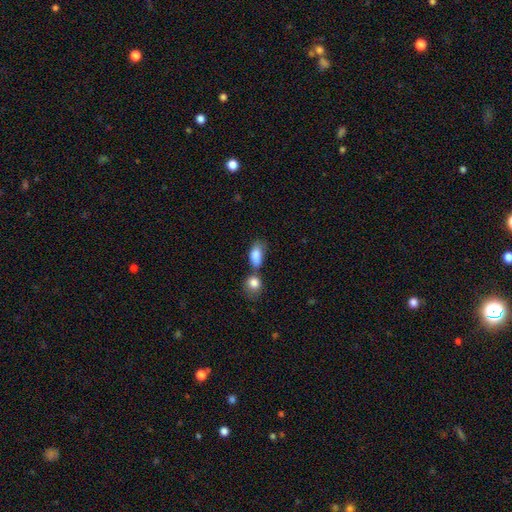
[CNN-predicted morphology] This appears to be a smooth galaxy with no disk features (84%) that is in between round and cigar-shaped (85%). Merging: merger (43%).